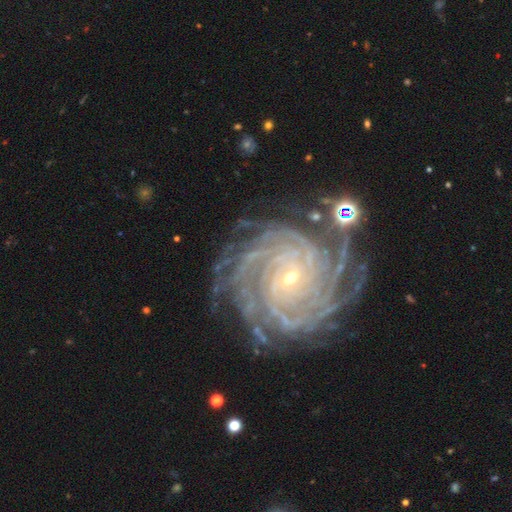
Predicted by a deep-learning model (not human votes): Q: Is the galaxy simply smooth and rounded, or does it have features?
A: featured or disk — 92%.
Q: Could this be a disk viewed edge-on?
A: no — 98%.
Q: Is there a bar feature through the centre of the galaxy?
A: no — 57%.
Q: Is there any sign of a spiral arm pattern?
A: yes — 99%.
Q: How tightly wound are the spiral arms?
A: tight — 83%.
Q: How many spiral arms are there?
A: more than 4 — 38%.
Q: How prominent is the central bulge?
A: small — 81%.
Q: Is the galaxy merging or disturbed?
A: none — 77%.